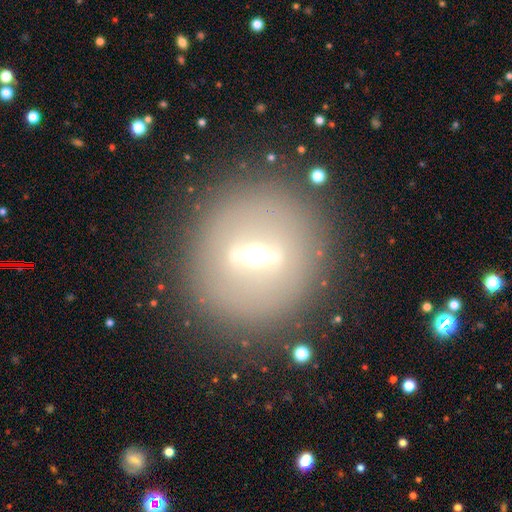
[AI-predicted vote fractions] This appears to be a featured or disk galaxy (64%). Merging: none (85%).